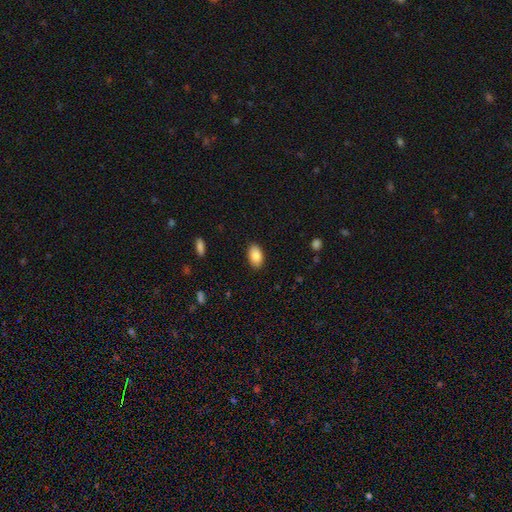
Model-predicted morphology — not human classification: A smooth galaxy with no disk features (88%) that is in between round and cigar-shaped (93%).

Vote fractions:
- Smooth or featured? smooth: 88% / star or artifact: 7% / featured or disk: 5%
- How rounded? in between: 93% / round: 6% / cigar-shaped: 1%
- Merging? none: 88% / minor disturbance: 9% / major disturbance: 2% / merger: 1%